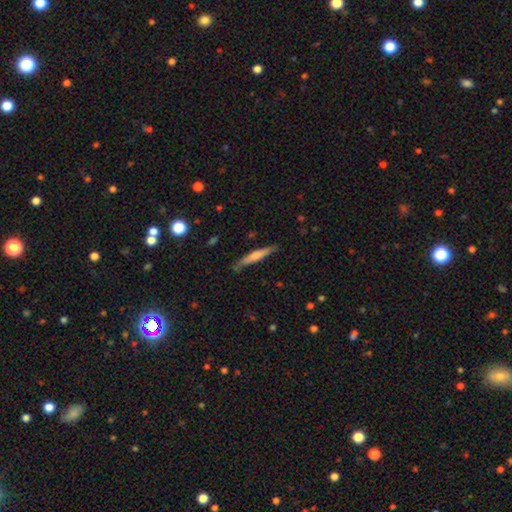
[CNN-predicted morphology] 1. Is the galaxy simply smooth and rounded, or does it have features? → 59% smooth, 35% featured or disk, 6% star or artifact.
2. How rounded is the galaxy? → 94% cigar-shaped, 5% in between, 1% round.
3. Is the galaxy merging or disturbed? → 82% none, 13% minor disturbance, 2% major disturbance, 2% merger.